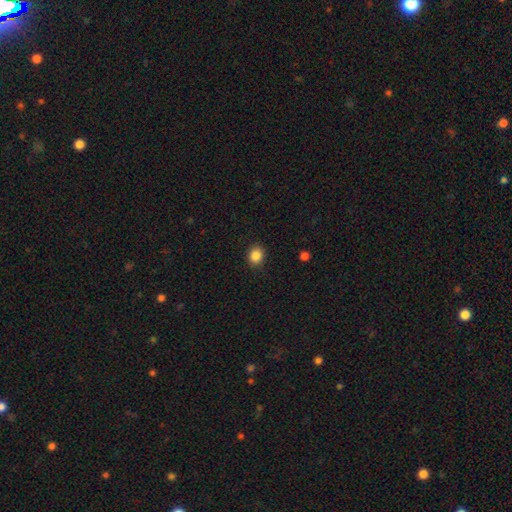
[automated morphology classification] type=smooth (86%); roundness=round (63%); merging=none (89%).